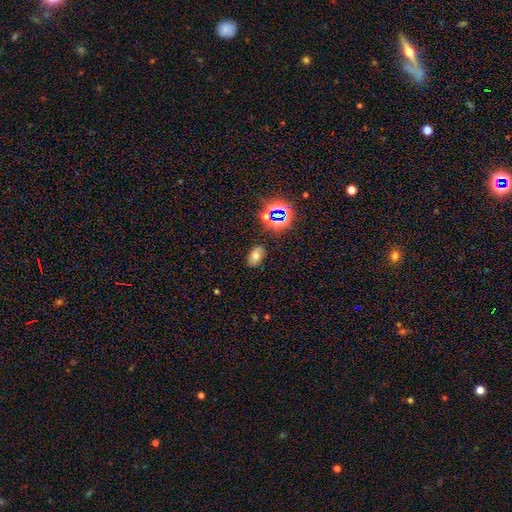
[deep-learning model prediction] Q: Smooth or featured?
A: smooth (58%); runner-up: star or artifact (28%)
Q: How rounded?
A: in between (86%); runner-up: round (13%)
Q: Merging?
A: none (81%); runner-up: minor disturbance (13%)